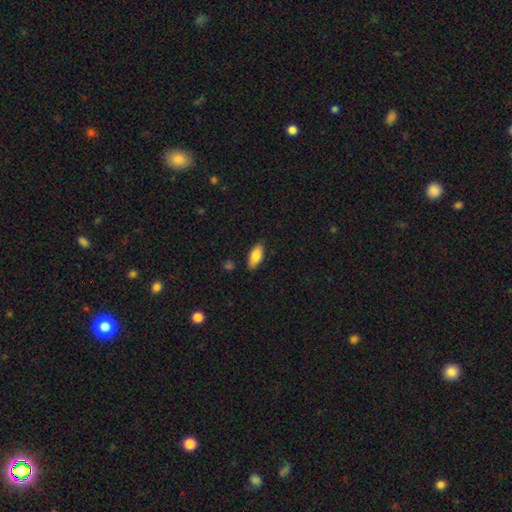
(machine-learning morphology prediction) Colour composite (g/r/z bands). It shows a smooth galaxy with no disk features (83%) that is in between round and cigar-shaped (87%). Merging: none (86%).